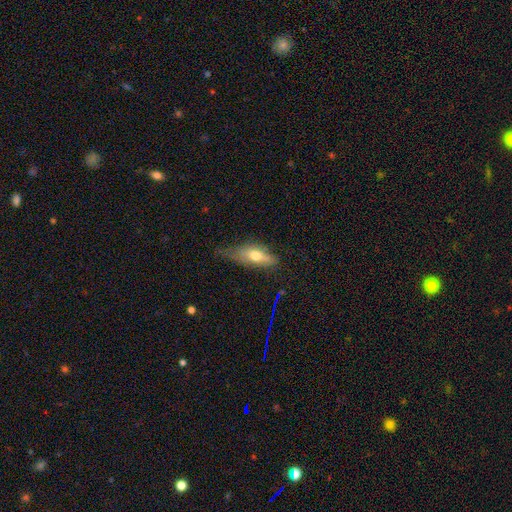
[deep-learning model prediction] Smooth or featured?
  - smooth: 60% *
  - featured or disk: 33%
  - star or artifact: 8%
How rounded?
  - in between: 68% *
  - cigar-shaped: 29%
  - round: 4%
Merging?
  - none: 43% *
  - minor disturbance: 39%
  - major disturbance: 15%
  - merger: 2%